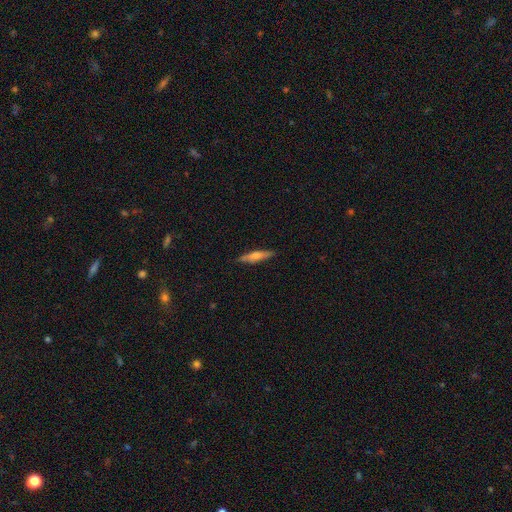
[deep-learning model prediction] Q: Smooth or featured?
A: featured or disk (54%); runner-up: smooth (40%)
Q: Edge-on disk?
A: yes (95%); runner-up: no (5%)
Q: Edge-on bulge?
A: rounded (76%); runner-up: boxy (12%)
Q: Merging?
A: none (90%); runner-up: minor disturbance (8%)